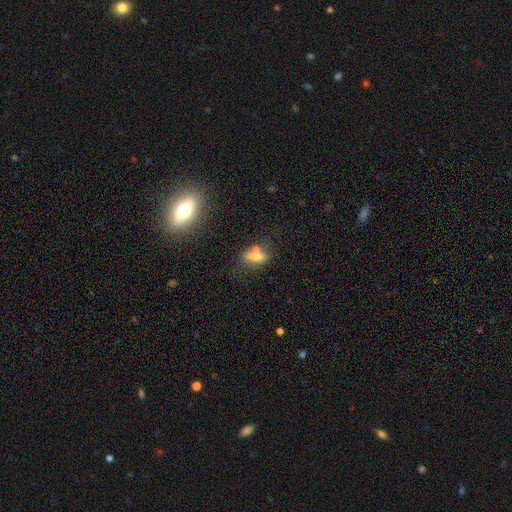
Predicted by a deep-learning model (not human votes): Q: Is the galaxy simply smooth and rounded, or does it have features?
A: smooth — 57%.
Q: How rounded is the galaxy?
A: in between — 72%.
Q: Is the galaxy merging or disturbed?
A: none — 50%.